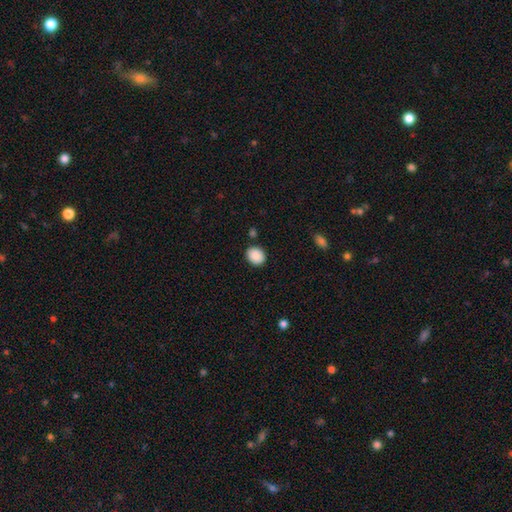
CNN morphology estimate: This is clearly a smooth galaxy (89%). How rounded: likely round (66%). Merging: clearly none (87%).